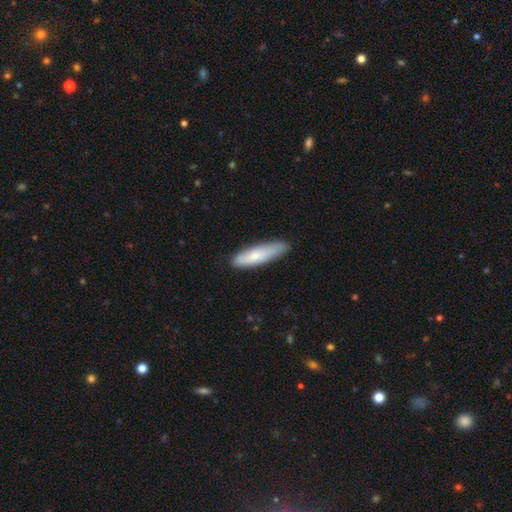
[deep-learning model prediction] This appears to be a smooth galaxy with no disk features (74%) that is cigar-shaped (75%). Merging: none (80%).